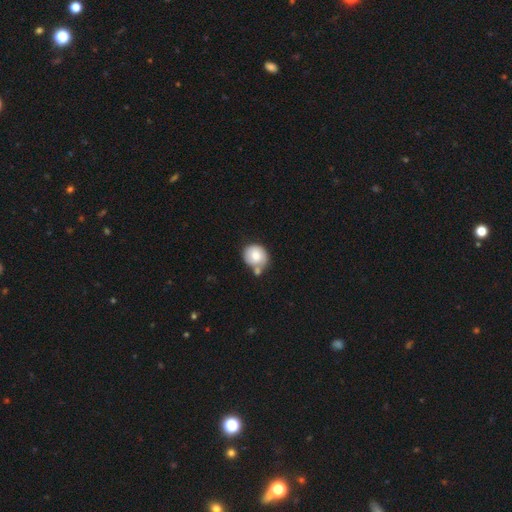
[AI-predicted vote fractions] This is likely a smooth galaxy (77%). How rounded: clearly round (84%). Merging: possibly none (49%).